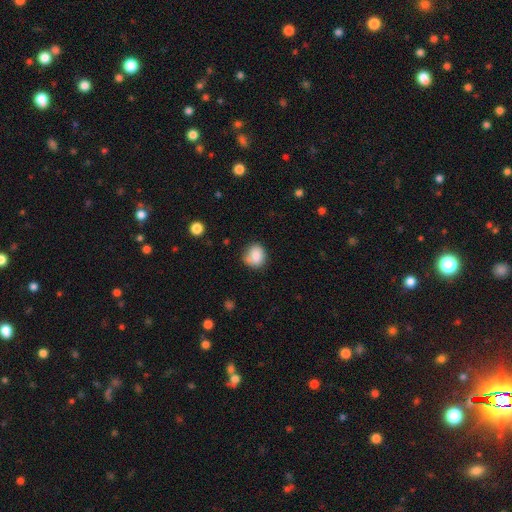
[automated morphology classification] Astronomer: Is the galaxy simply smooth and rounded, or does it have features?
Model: smooth — 83%.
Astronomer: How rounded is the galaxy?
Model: round — 71%.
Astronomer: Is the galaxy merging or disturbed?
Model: none — 67%.